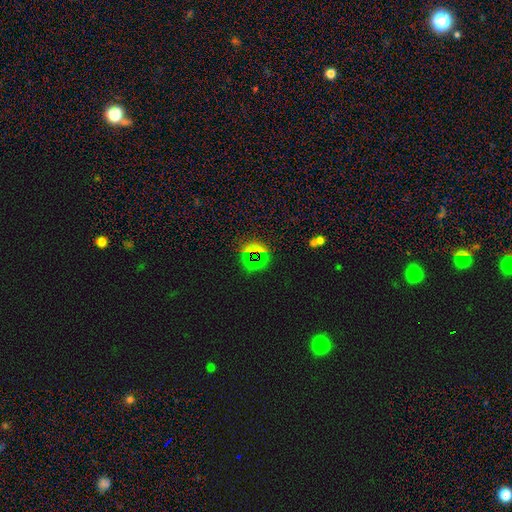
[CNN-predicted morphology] smooth_or_featured: star or artifact (p=0.65) [alt: smooth p=0.25]